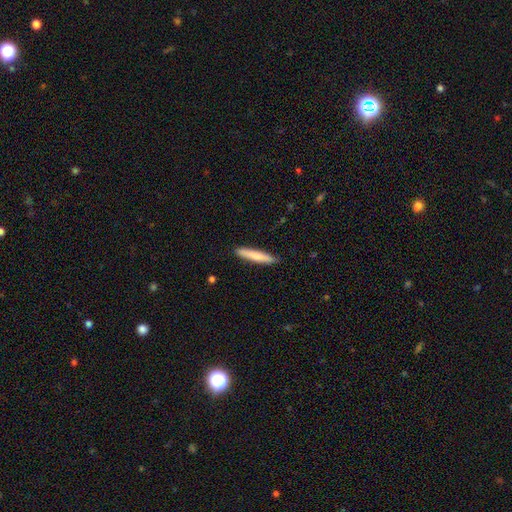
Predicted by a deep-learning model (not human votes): A smooth galaxy with no disk features (77%) that is cigar-shaped (92%). Merging: none (88%).